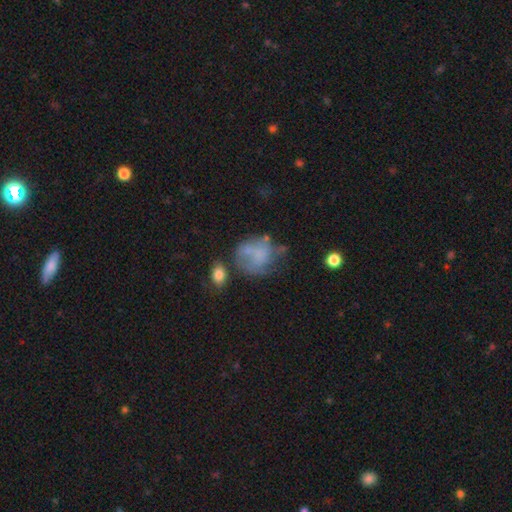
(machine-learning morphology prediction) Smooth or featured: smooth — 53% (featured or disk — 35%)
How rounded: round — 65% (in between — 34%)
Merging: none — 36% (minor disturbance — 25%)